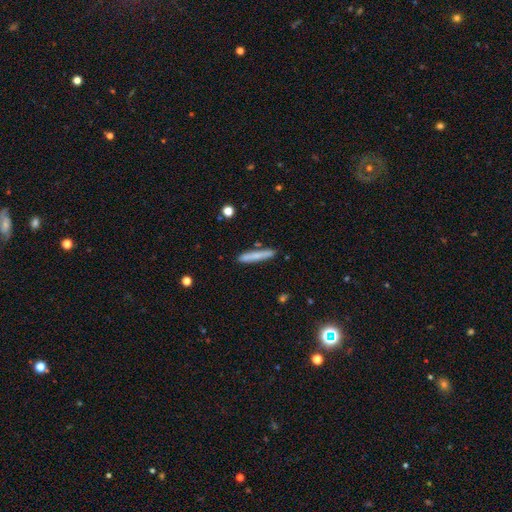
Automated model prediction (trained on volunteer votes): This appears to be a smooth galaxy with no disk features (75%) that is cigar-shaped (94%). Merging: none (86%).